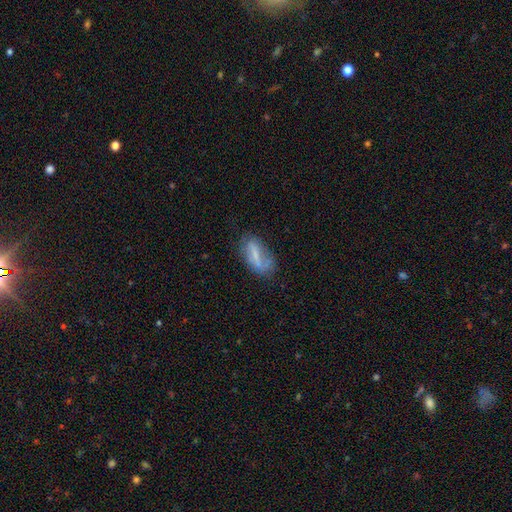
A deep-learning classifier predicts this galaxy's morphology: Overall: smooth (47%; featured or disk 44%). Merging: none (53%; minor disturbance 28%).